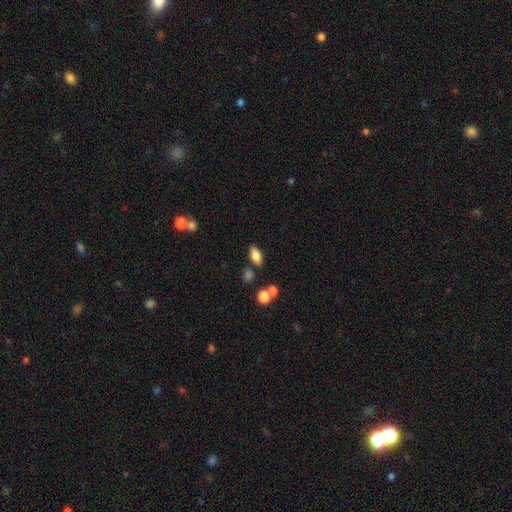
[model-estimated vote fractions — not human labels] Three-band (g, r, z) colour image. It shows a smooth galaxy with no disk features (77%) that is in between round and cigar-shaped (86%). Merging: none (76%).